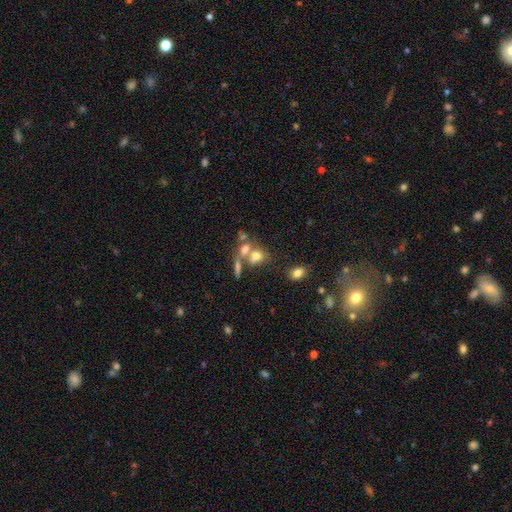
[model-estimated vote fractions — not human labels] Smooth or featured? Predicted: smooth (p=0.64). How rounded? Predicted: in between (p=0.54). Merging? Predicted: merger (p=0.49).